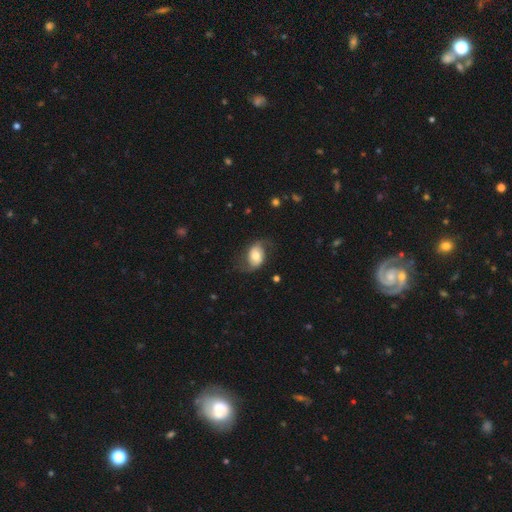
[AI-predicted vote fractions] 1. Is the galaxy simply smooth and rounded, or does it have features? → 61% featured or disk, 31% smooth, 7% star or artifact.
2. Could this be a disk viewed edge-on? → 96% no, 4% yes.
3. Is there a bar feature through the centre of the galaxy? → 62% no, 28% weak, 11% strong.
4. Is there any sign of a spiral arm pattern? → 86% yes, 14% no.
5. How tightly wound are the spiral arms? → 60% loose, 31% medium, 9% tight.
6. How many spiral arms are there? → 89% 2, 4% can't tell, 3% 1, 1% 3, 1% 4, 1% more than 4.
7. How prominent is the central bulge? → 59% moderate, 20% small, 16% large, 4% dominant, 2% none.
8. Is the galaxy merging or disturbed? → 65% none, 20% minor disturbance, 14% major disturbance, 1% merger.